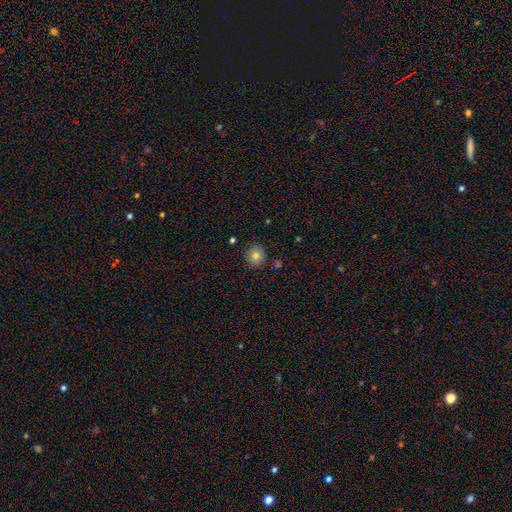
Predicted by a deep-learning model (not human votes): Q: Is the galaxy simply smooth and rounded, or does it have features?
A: smooth — 79%.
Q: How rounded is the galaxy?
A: round — 86%.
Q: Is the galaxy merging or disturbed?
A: none — 86%.